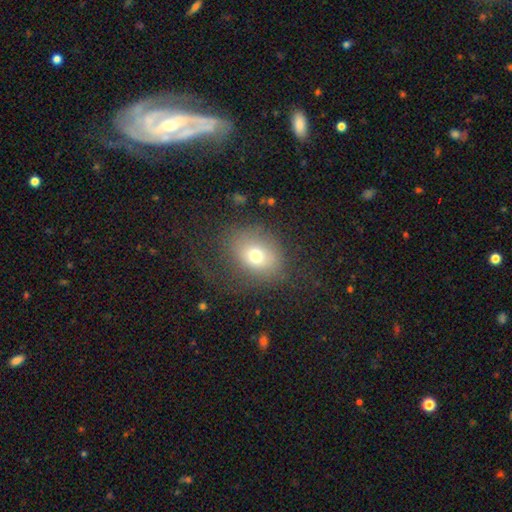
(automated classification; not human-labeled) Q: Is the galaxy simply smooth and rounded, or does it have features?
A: smooth — 69%.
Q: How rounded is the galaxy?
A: in between — 50%.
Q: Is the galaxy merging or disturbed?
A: none — 55%.